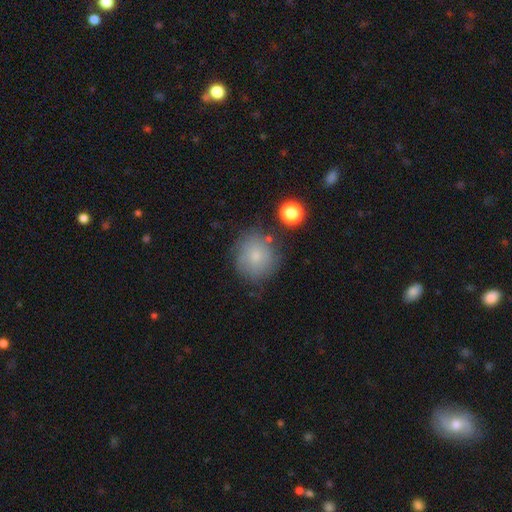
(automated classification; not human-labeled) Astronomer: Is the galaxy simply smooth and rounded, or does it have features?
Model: smooth — 75%.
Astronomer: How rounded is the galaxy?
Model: round — 83%.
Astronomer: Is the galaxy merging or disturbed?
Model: none — 69%.